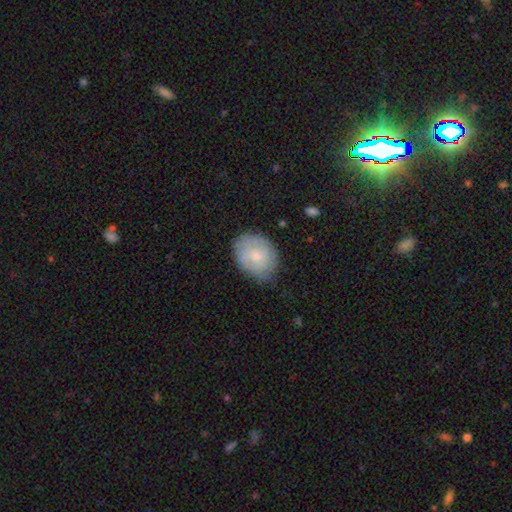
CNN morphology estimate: Smooth or featured? Predicted: smooth (p=0.65). How rounded? Predicted: in between (p=0.55). Merging? Predicted: none (p=0.68).